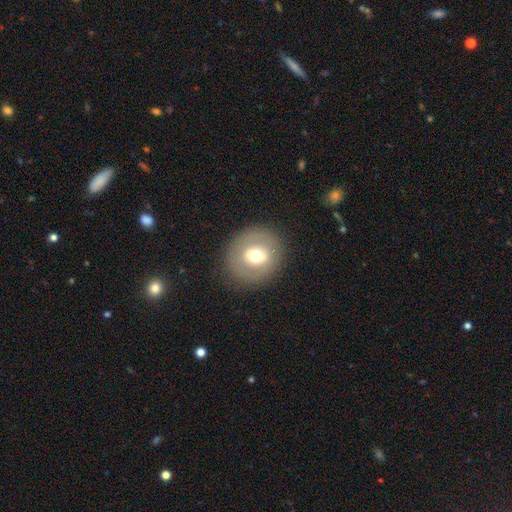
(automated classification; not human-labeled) Smooth or featured? Predicted: smooth (p=0.58). How rounded? Predicted: round (p=0.84). Merging? Predicted: none (p=0.86).